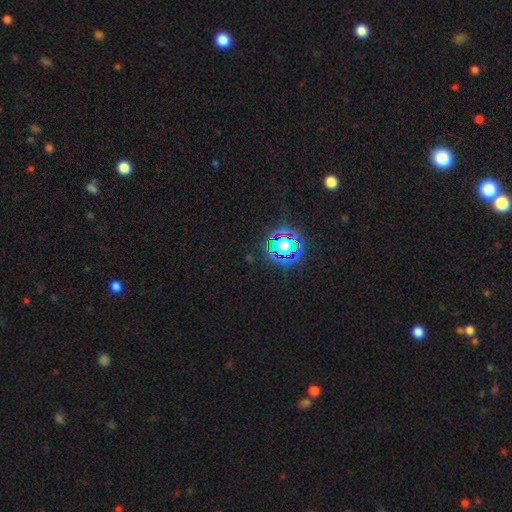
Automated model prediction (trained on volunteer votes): This appears to be a star or artifact, not a galaxy (79%).